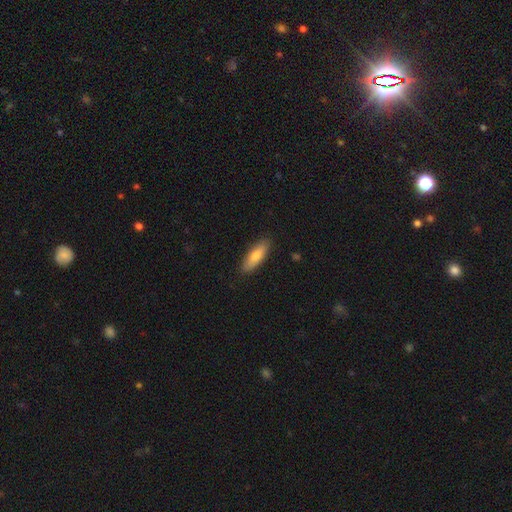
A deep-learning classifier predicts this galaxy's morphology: This appears to be a smooth galaxy with no disk features (78%) that is in between round and cigar-shaped (49%, tied with cigar-shaped). Merging: none (88%).